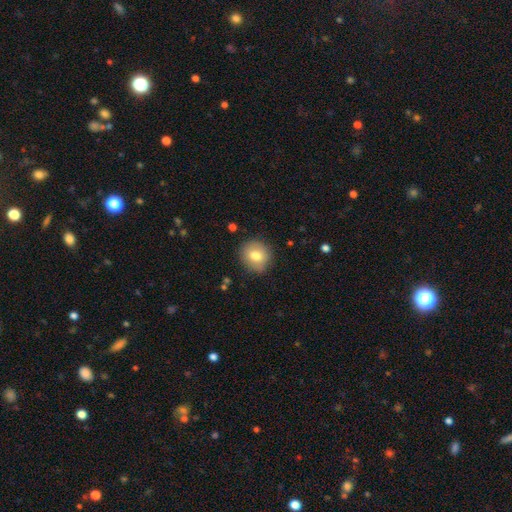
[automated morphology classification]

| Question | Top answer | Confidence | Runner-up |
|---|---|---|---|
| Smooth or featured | smooth | 76% | featured or disk (15%) |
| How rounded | round | 86% | in between (13%) |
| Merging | none | 86% | minor disturbance (10%) |